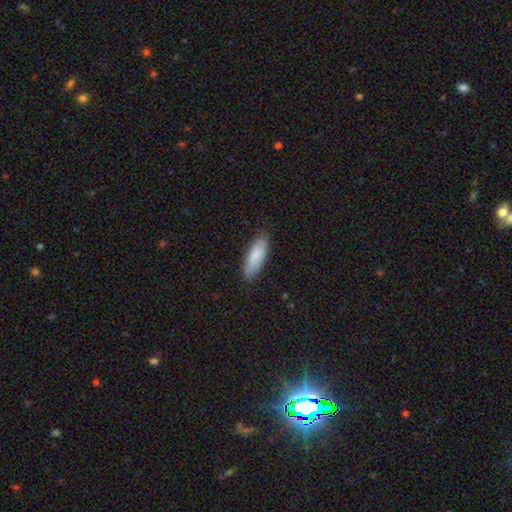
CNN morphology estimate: Smooth or featured? smooth (85%)
How rounded? in between (65%)
Merging? none (81%)